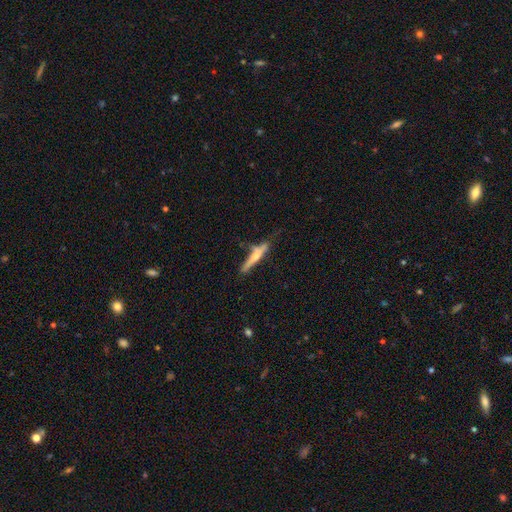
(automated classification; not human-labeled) smooth-or-featured: featured or disk: 52% | smooth: 41% | star or artifact: 7%
  disk-edge-on: yes: 91% | no: 9%
  merging: none: 55% | minor disturbance: 25% | merger: 10% | major disturbance: 10%